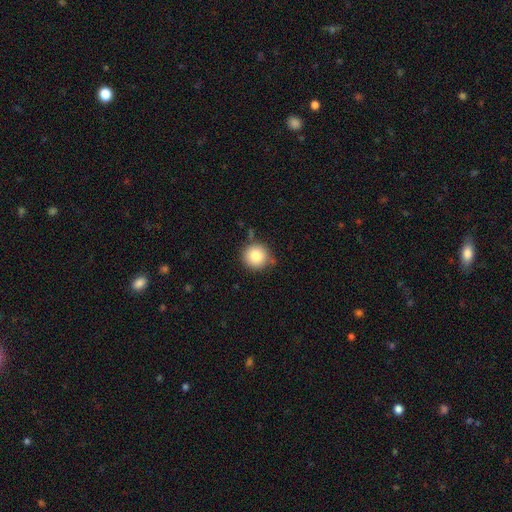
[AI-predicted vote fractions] Q: Smooth or featured?
A: smooth (84%); runner-up: star or artifact (9%)
Q: How rounded?
A: round (93%); runner-up: in between (6%)
Q: Merging?
A: none (79%); runner-up: minor disturbance (14%)